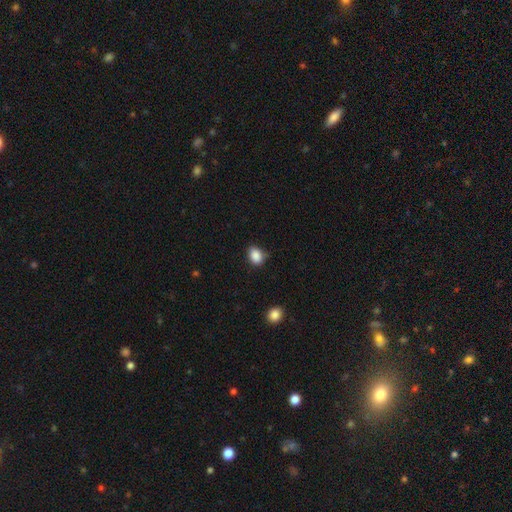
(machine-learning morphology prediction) The model was most divided on "how rounded": in between: 69%, round: 30%, cigar-shaped: 1%. More confident: smooth or featured — smooth (88%); merging — none (73%).